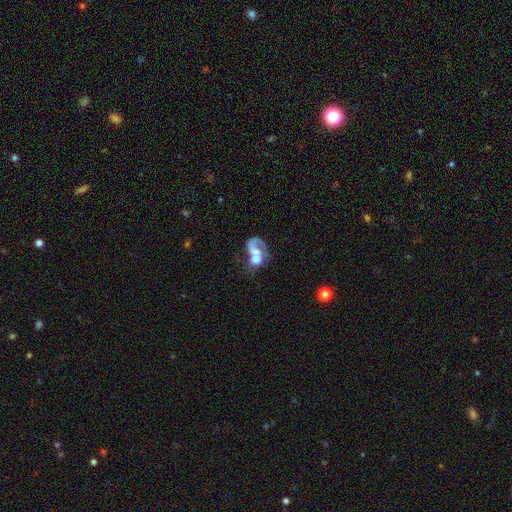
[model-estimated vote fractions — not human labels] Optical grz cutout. It shows a featured or disk galaxy (58%) with no bar (73%), spiral arms (67%) and a moderate central bulge (38%). Merging: merger (50%).